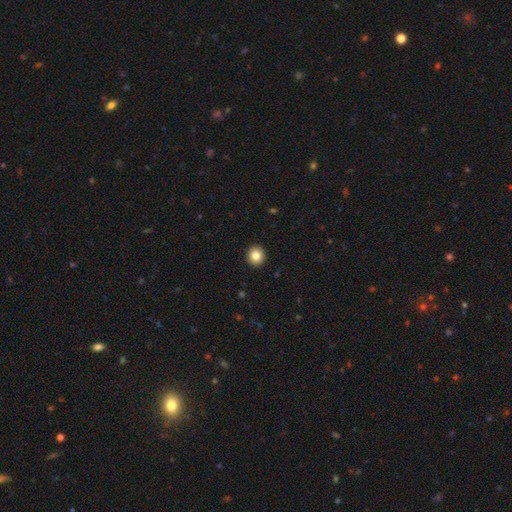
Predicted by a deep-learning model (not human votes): This appears to be a smooth galaxy with no disk features (85%) that is round (90%). Merging: none (93%).